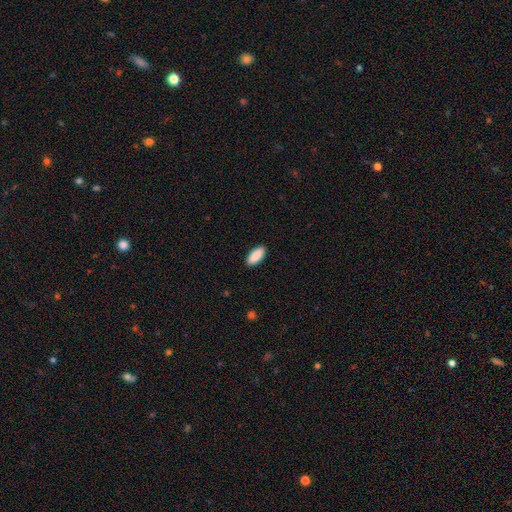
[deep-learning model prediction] This appears to be a smooth galaxy with no disk features (91%) that is in between round and cigar-shaped (90%). Merging: none (90%).